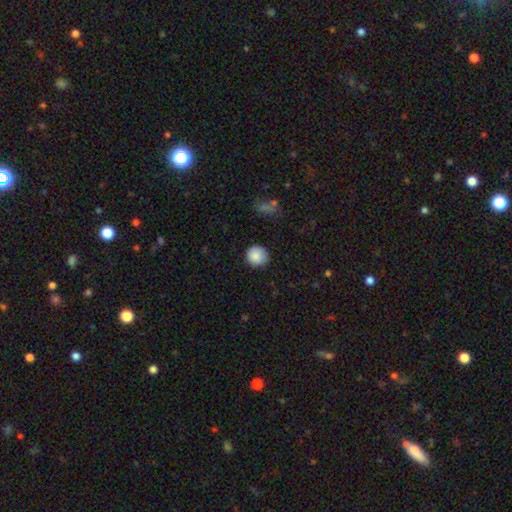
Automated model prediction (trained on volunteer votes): Smooth or featured? Predicted: smooth (p=0.87). How rounded? Predicted: round (p=0.90). Merging? Predicted: none (p=0.82).